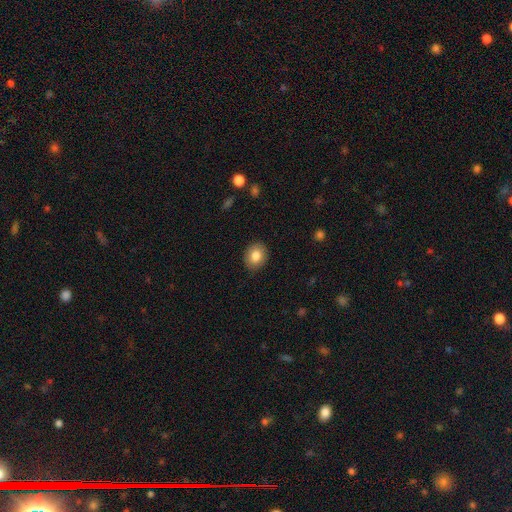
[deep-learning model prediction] Smooth or featured? smooth (83%)
How rounded? round (55%)
Merging? none (88%)